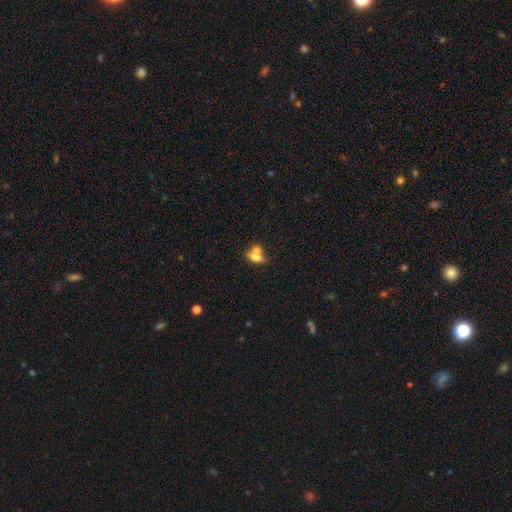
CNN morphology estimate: A smooth galaxy with no disk features (62%) that is in between round and cigar-shaped (70%). Merging: merger (56%).